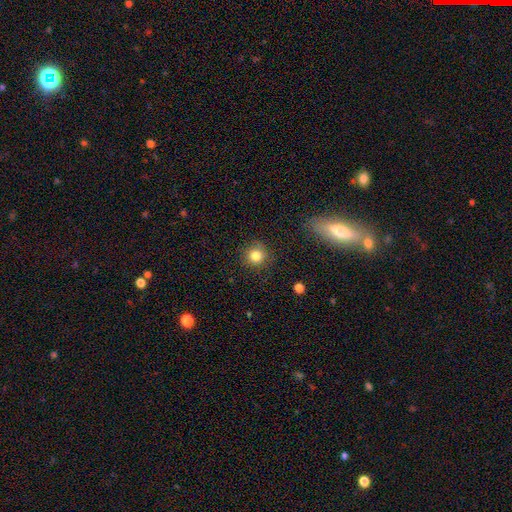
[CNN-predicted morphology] Smooth or featured: smooth — 83% (star or artifact — 11%)
How rounded: round — 92% (in between — 7%)
Merging: none — 86% (minor disturbance — 10%)